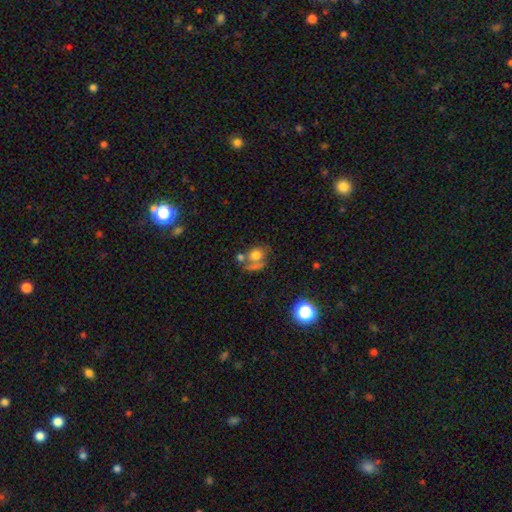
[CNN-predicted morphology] Smooth or featured? Predicted: smooth (p=0.67). How rounded? Predicted: round (p=0.59). Merging? Predicted: none (p=0.36).